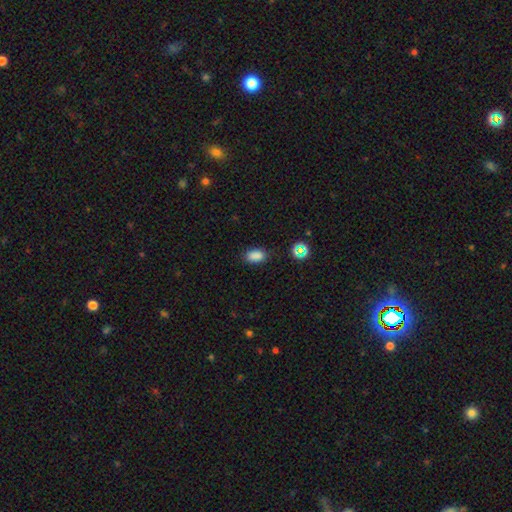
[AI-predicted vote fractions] This is clearly a smooth galaxy (82%). How rounded: clearly in between (87%). Merging: clearly none (81%).